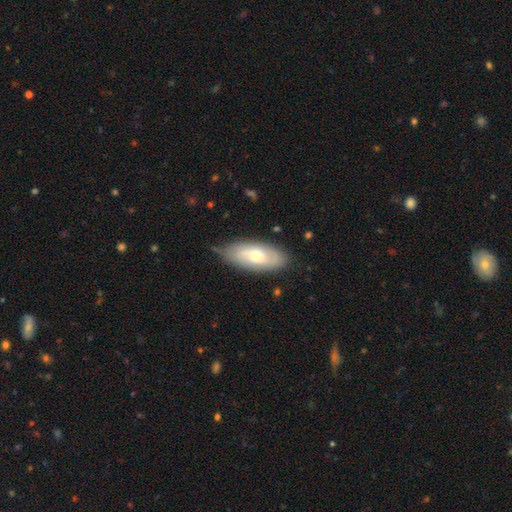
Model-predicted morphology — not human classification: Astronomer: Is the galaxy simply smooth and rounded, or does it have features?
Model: smooth — 54% (runner-up: featured or disk, 40%).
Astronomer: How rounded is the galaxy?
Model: in between — 85%.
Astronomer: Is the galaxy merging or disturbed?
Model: none — 72%.